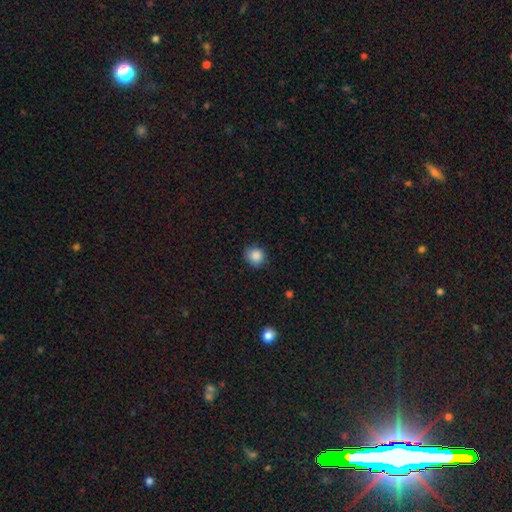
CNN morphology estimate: Q: Smooth or featured?
A: smooth (87%); runner-up: star or artifact (9%)
Q: How rounded?
A: round (83%); runner-up: in between (16%)
Q: Merging?
A: none (81%); runner-up: minor disturbance (15%)